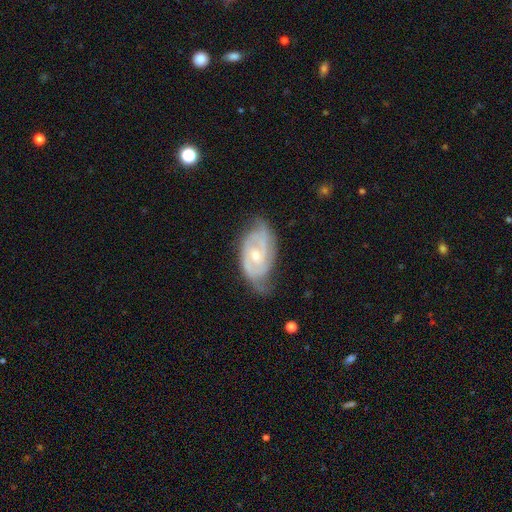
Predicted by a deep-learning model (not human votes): This appears to be a featured or disk galaxy (81%) with no bar (49%), 2 (56%) tight (53%) spiral arms (93%) and a small central bulge (48%). Merging: none (63%).